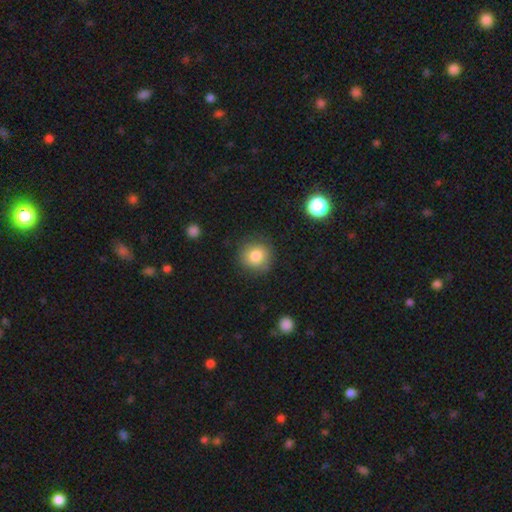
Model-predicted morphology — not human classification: type=smooth (82%); roundness=round (90%); merging=none (85%).